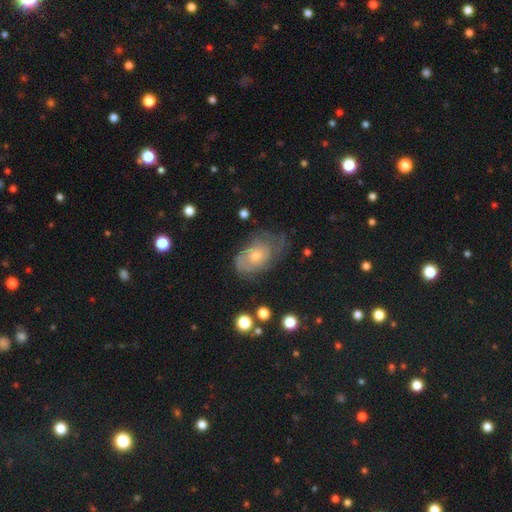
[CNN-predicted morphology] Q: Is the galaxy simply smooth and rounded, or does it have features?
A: featured or disk — 66%.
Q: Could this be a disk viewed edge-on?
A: no — 95%.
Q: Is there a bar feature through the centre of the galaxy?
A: no — 79%.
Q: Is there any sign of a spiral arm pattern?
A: yes — 83%.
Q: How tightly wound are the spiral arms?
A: tight — 56%.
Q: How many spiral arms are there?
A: can't tell — 47%.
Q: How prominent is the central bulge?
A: moderate — 52%.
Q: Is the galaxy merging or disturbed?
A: none — 58%.